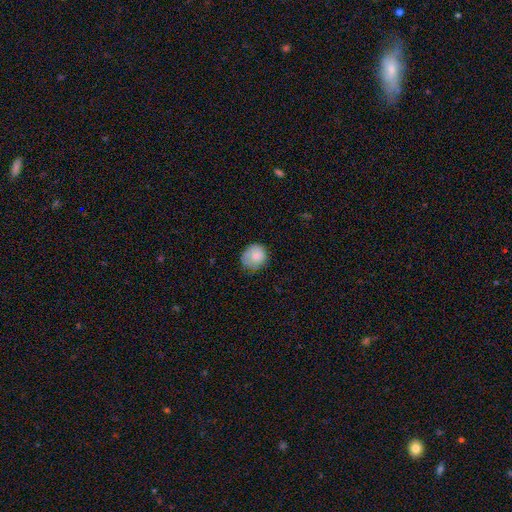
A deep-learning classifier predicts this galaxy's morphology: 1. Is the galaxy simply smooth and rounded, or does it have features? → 80% smooth, 12% featured or disk, 8% star or artifact.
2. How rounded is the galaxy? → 81% round, 18% in between, 1% cigar-shaped.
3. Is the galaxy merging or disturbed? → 65% none, 25% minor disturbance, 8% major disturbance, 2% merger.